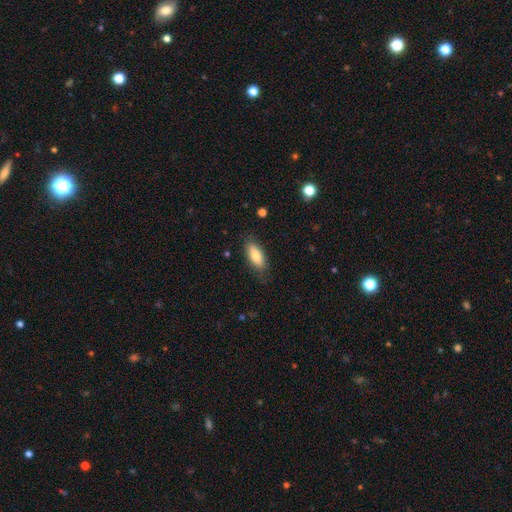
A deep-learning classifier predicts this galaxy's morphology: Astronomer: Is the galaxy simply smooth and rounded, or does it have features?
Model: smooth — 81%.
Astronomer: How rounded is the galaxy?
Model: in between — 81%.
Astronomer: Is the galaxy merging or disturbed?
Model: none — 79%.